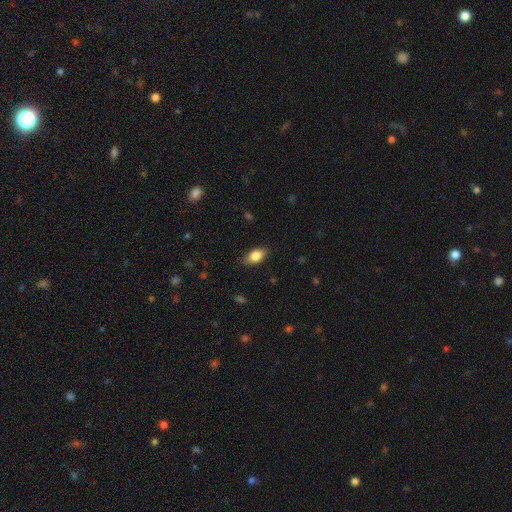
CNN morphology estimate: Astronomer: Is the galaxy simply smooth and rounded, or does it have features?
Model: smooth — 82%.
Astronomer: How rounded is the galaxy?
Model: in between — 89%.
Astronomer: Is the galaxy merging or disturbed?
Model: none — 85%.